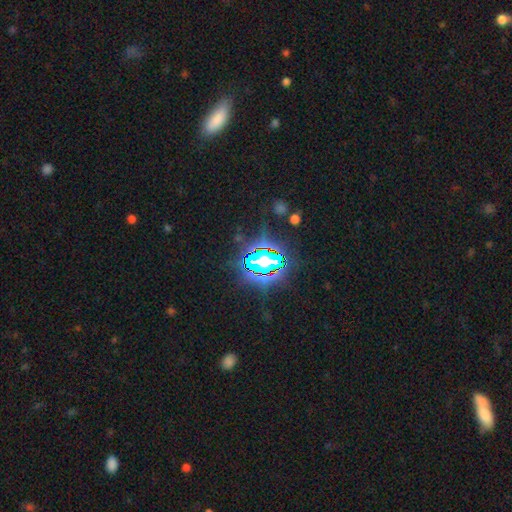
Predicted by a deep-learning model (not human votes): A star or artifact, not a galaxy (80%).

Vote fractions:
- Smooth or featured? star or artifact: 80% / smooth: 12% / featured or disk: 7%